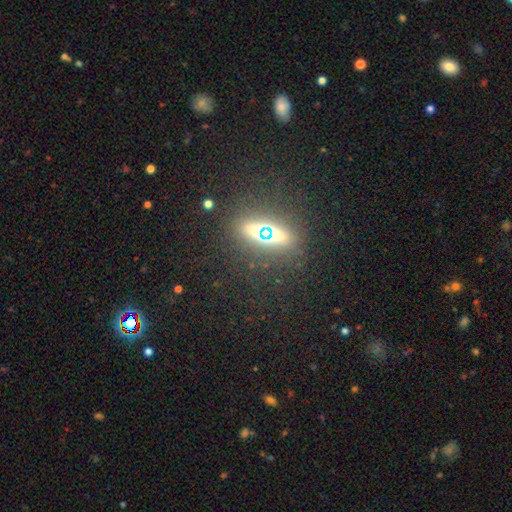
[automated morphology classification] Smooth or featured?
  - smooth: 41% *
  - featured or disk: 34%
  - star or artifact: 25%
Merging?
  - none: 46% *
  - merger: 38%
  - minor disturbance: 10%
  - major disturbance: 7%